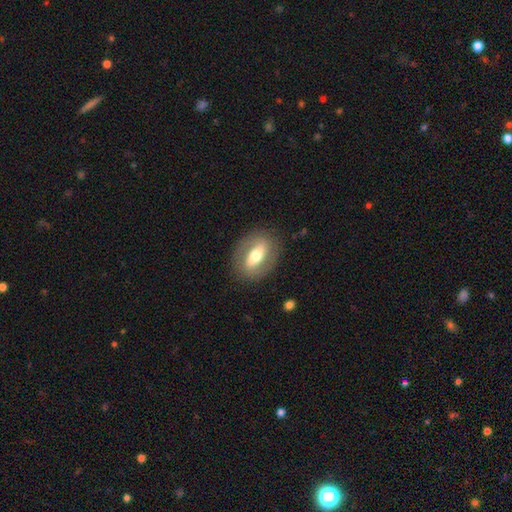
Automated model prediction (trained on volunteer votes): Q: Smooth or featured?
A: featured or disk (50%); runner-up: smooth (43%)
Q: Edge-on disk?
A: no (80%); runner-up: yes (20%)
Q: Merging?
A: none (83%); runner-up: minor disturbance (11%)